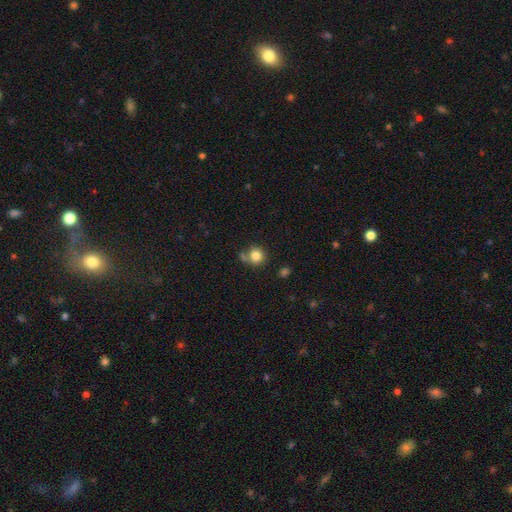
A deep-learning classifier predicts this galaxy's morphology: Smooth or featured? Predicted: smooth (p=0.82). How rounded? Predicted: round (p=0.90). Merging? Predicted: none (p=0.65).